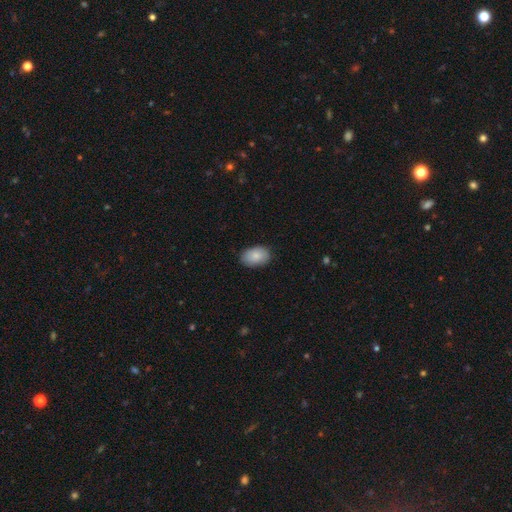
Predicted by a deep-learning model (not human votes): This appears to be a smooth galaxy with no disk features (86%) that is in between round and cigar-shaped (89%). Merging: none (86%).